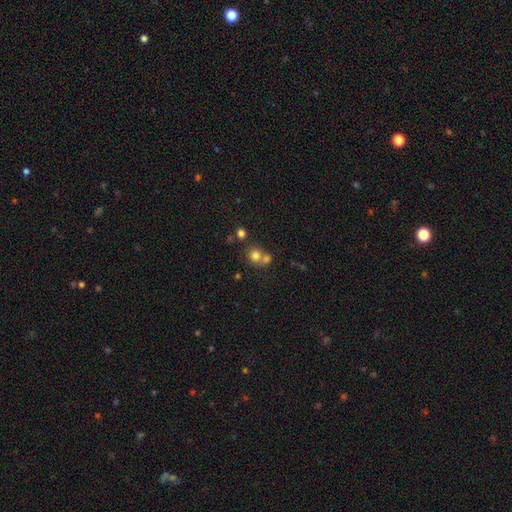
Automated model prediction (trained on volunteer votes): Smooth or featured: smooth — 76% (star or artifact — 14%)
How rounded: round — 84% (in between — 15%)
Merging: none — 47% (merger — 43%)